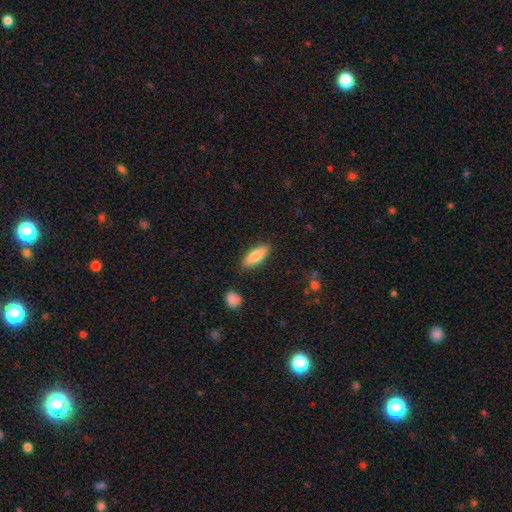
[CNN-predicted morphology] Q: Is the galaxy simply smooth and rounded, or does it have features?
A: smooth — 80%.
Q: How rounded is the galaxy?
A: in between — 68%.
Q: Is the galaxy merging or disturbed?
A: none — 85%.